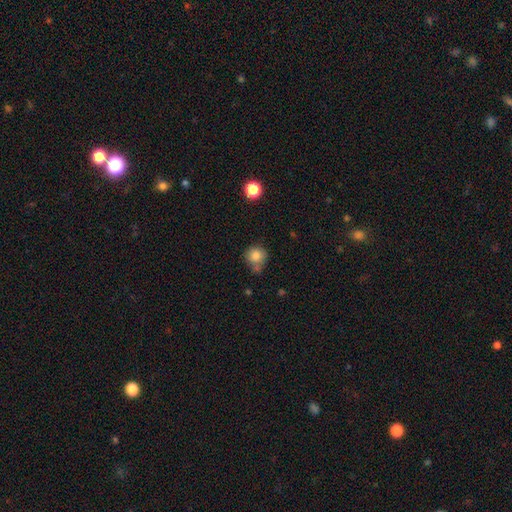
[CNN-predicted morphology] smooth-or-featured: smooth: 83% | star or artifact: 11% | featured or disk: 7%
  how-rounded: round: 88% | in between: 11% | cigar-shaped: 1%
  merging: none: 58% | minor disturbance: 21% | merger: 14% | major disturbance: 6%